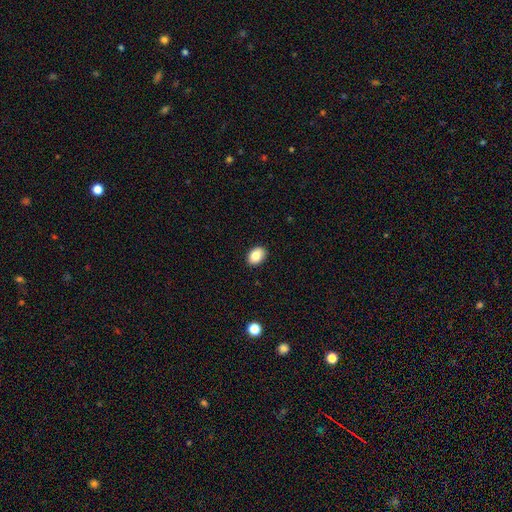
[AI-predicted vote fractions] Smooth or featured? smooth (85%)
How rounded? in between (79%)
Merging? none (90%)